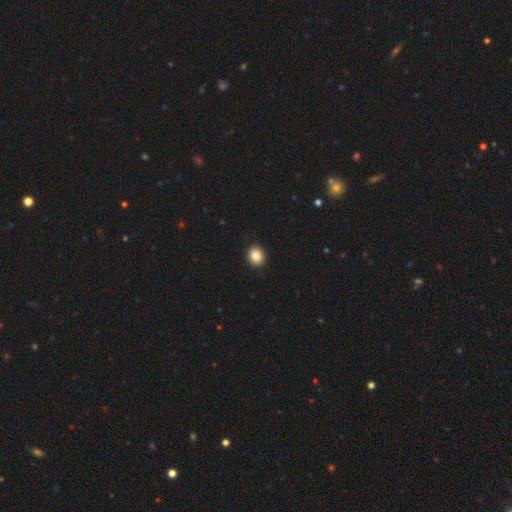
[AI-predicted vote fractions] A smooth galaxy with no disk features (85%) that is round (64%).

Vote fractions:
- Smooth or featured? smooth: 85% / star or artifact: 9% / featured or disk: 6%
- How rounded? round: 64% / in between: 35% / cigar-shaped: 1%
- Merging? none: 92% / minor disturbance: 5% / major disturbance: 2% / merger: 1%